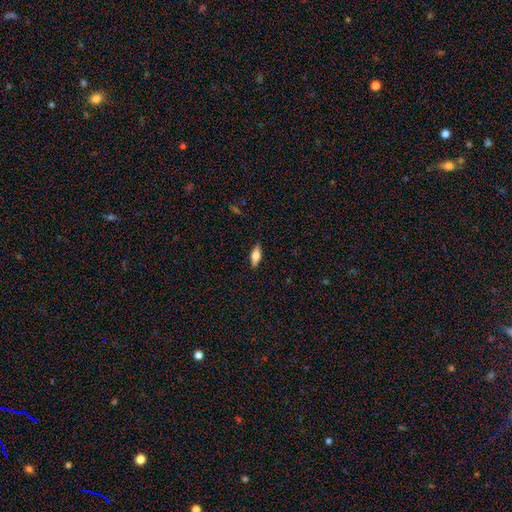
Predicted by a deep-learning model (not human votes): Smooth or featured?
  - smooth: 62% *
  - featured or disk: 31%
  - star or artifact: 7%
How rounded?
  - in between: 70% *
  - cigar-shaped: 27%
  - round: 3%
Merging?
  - none: 88% *
  - minor disturbance: 9%
  - major disturbance: 2%
  - merger: 1%